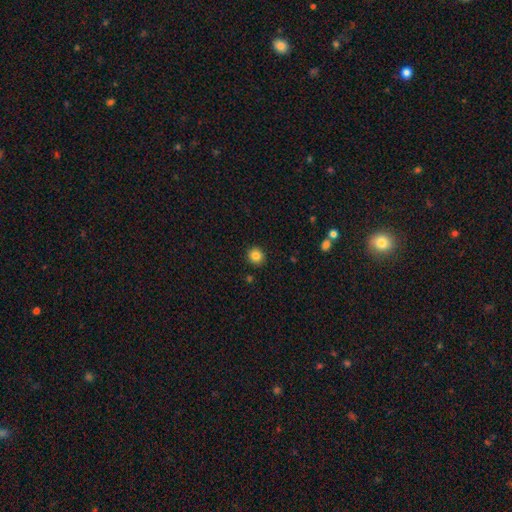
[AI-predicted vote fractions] A smooth galaxy with no disk features (84%) that is round (89%). Merging: none (91%).